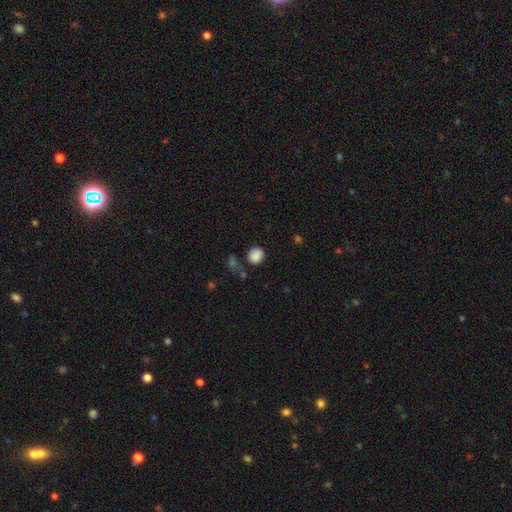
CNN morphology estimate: Smooth or featured: smooth — 85% (star or artifact — 11%)
How rounded: round — 79% (in between — 20%)
Merging: none — 73% (minor disturbance — 15%)